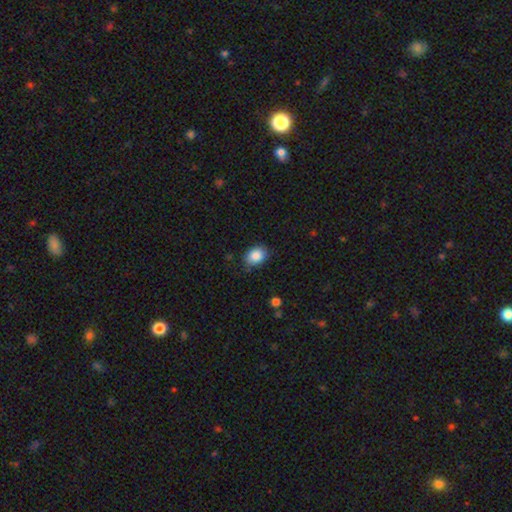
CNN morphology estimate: Smooth or featured? smooth (87%)
How rounded? in between (65%)
Merging? none (80%)